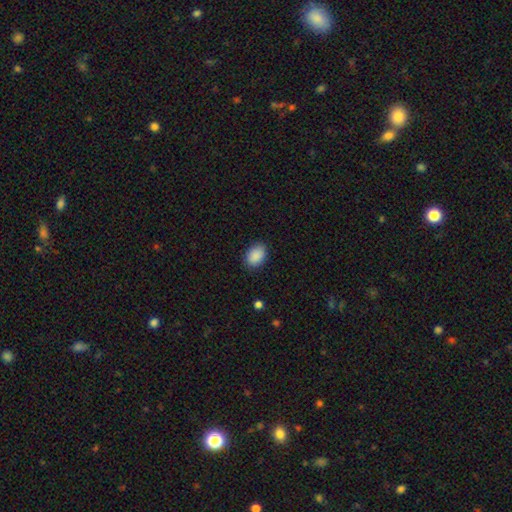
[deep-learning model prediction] Overall: smooth (90%). How rounded: in between (81%). Merging: none (86%).